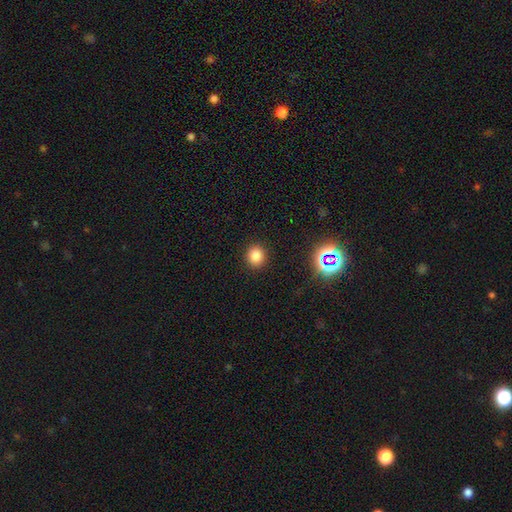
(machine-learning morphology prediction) Q: Smooth or featured?
A: smooth (81%); runner-up: star or artifact (14%)
Q: How rounded?
A: round (84%); runner-up: in between (15%)
Q: Merging?
A: none (91%); runner-up: minor disturbance (6%)